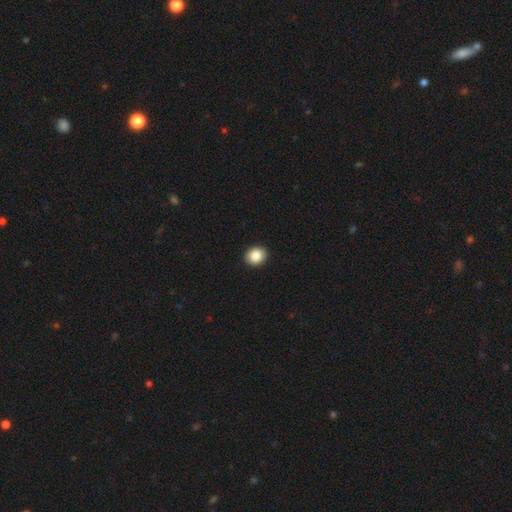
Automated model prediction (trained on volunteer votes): Smooth or featured? smooth (86%)
How rounded? round (63%)
Merging? none (92%)